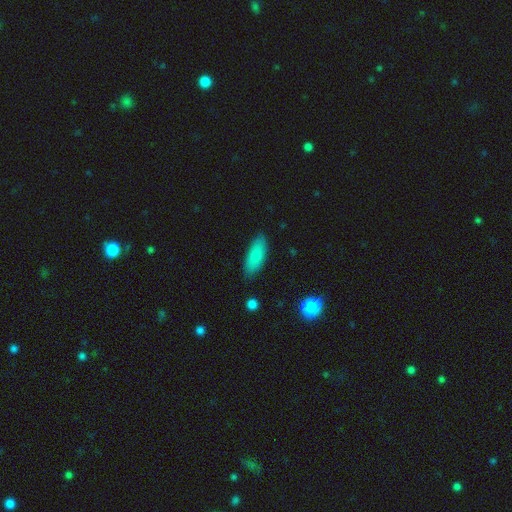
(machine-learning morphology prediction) smooth_or_featured: smooth (p=0.80) [alt: featured or disk p=0.14]
how_rounded: in between (p=0.77) [alt: cigar-shaped p=0.21]
merging: none (p=0.83) [alt: minor disturbance p=0.13]